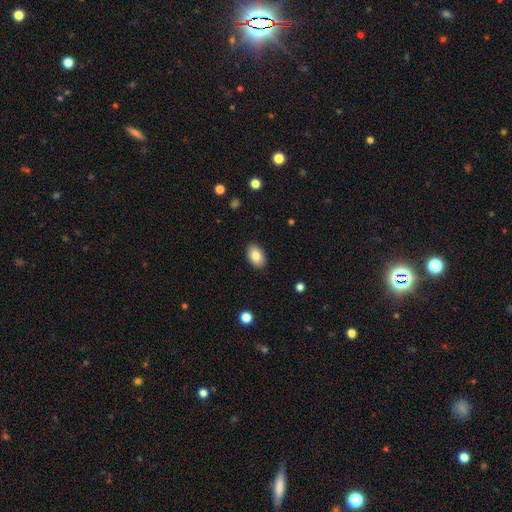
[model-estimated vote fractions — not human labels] Smooth or featured?
  - smooth: 84% *
  - featured or disk: 9%
  - star or artifact: 7%
How rounded?
  - in between: 89% *
  - round: 9%
  - cigar-shaped: 1%
Merging?
  - none: 89% *
  - minor disturbance: 9%
  - major disturbance: 2%
  - merger: 1%